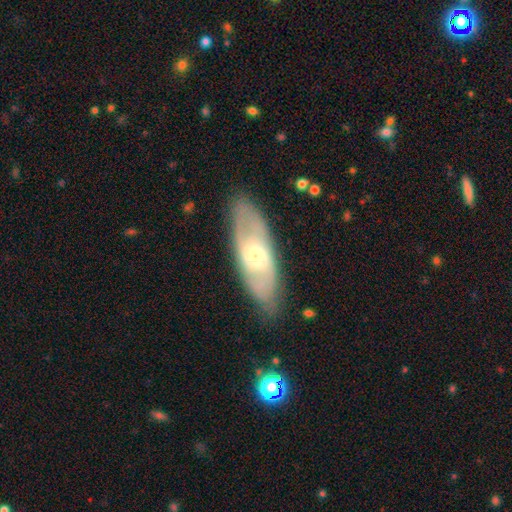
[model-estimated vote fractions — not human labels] Smooth or featured? featured or disk (59%)
Edge-on disk? no (79%)
Merging? none (83%)